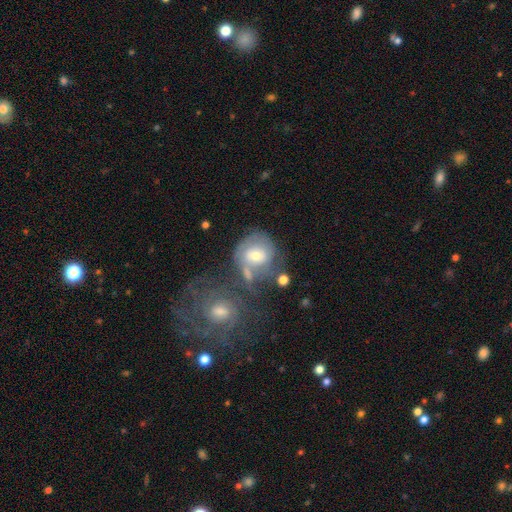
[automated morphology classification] Smooth or featured?
  - featured or disk: 55% *
  - smooth: 36%
  - star or artifact: 9%
Edge-on disk?
  - no: 96% *
  - yes: 4%
Bar?
  - no: 59% *
  - weak: 33%
  - strong: 9%
Spiral arms?
  - yes: 71% *
  - no: 29%
Bulge size?
  - moderate: 62% *
  - small: 30%
  - large: 5%
  - none: 2%
  - dominant: 1%
Merging?
  - none: 38% *
  - merger: 33%
  - minor disturbance: 16%
  - major disturbance: 13%